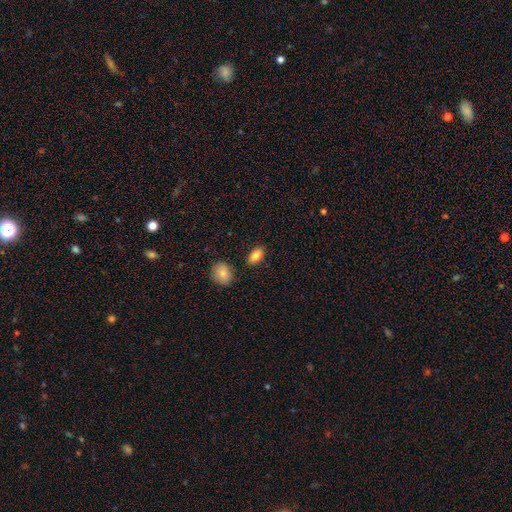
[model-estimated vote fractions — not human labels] Smooth or featured? smooth (85%)
How rounded? in between (90%)
Merging? none (86%)